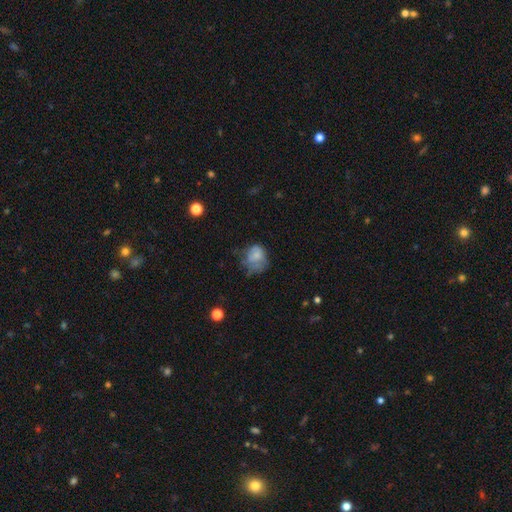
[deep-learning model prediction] A smooth galaxy with no disk features (65%) that is round (58%).

Vote fractions:
- Smooth or featured? smooth: 65% / featured or disk: 25% / star or artifact: 10%
- How rounded? round: 58% / in between: 41% / cigar-shaped: 1%
- Merging? none: 34% / major disturbance: 32% / minor disturbance: 32% / merger: 3%